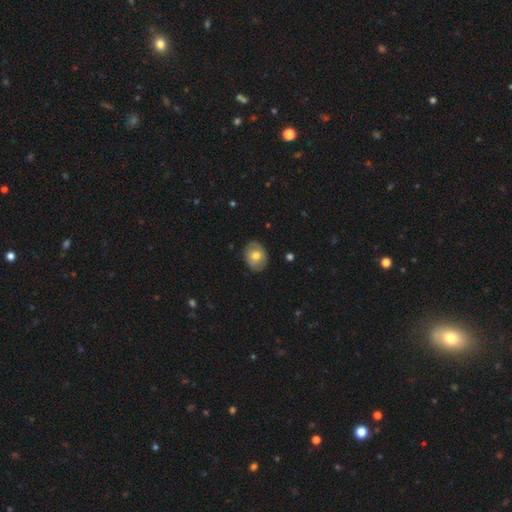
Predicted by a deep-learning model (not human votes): Smooth or featured?
  - smooth: 68% *
  - featured or disk: 25%
  - star or artifact: 7%
How rounded?
  - in between: 55% *
  - round: 44%
  - cigar-shaped: 1%
Merging?
  - none: 84% *
  - minor disturbance: 13%
  - major disturbance: 2%
  - merger: 1%